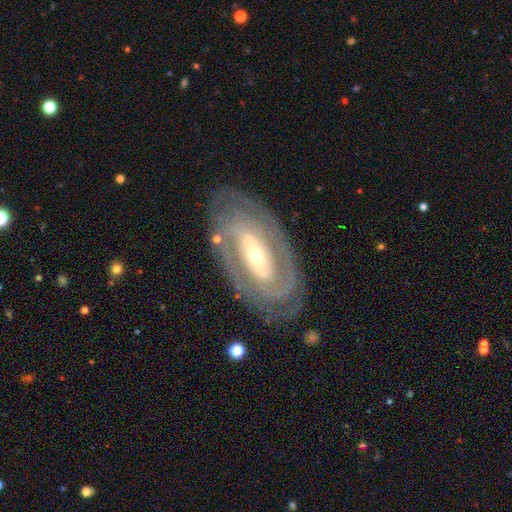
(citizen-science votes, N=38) Volunteers were most divided on "spiral arm count": 2: 48%, can't tell: 38%, 3: 10%, 4: 3%, 1: 0%, more than 4: 0%. More confident: edge-on disk — no (100%); merging — none (94%); spiral arms — yes (94%); smooth or featured — featured or disk (82%); spiral winding — tight (79%); bar — weak (68%); bulge size — small (55%).